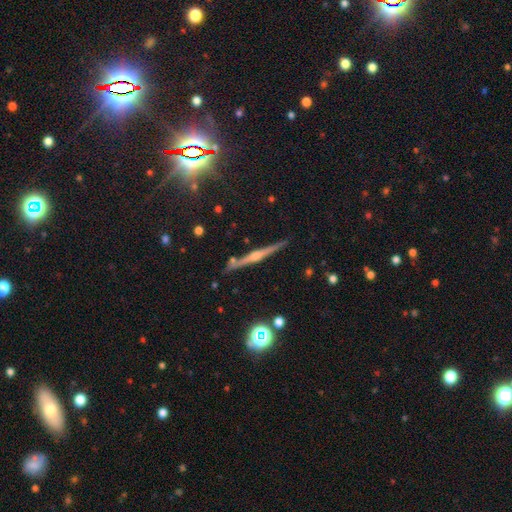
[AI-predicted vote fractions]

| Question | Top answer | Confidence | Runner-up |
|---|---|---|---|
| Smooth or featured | featured or disk | 78% | smooth (13%) |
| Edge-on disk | yes | 98% | no (2%) |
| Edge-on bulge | rounded | 83% | boxy (9%) |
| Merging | none | 89% | minor disturbance (7%) |